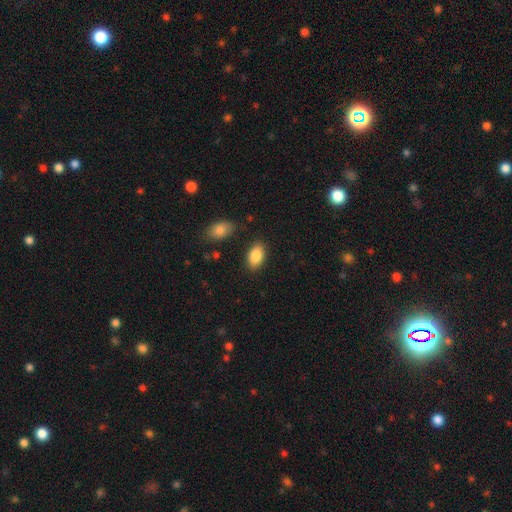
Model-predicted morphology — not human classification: A smooth galaxy with no disk features (87%) that is in between round and cigar-shaped (92%). Merging: none (84%).